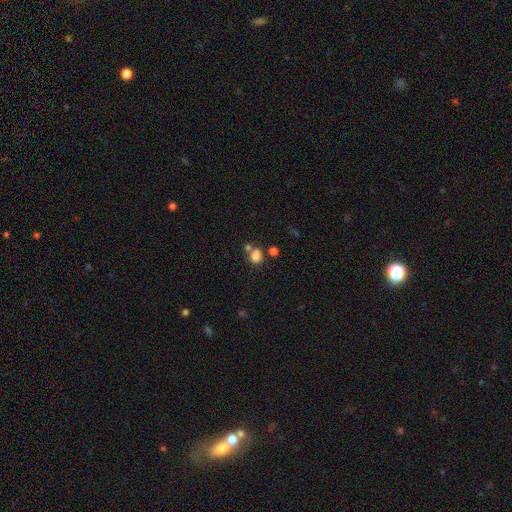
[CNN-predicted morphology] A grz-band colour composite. It shows a smooth galaxy with no disk features (80%) that is round (63%). Merging: none (53%).